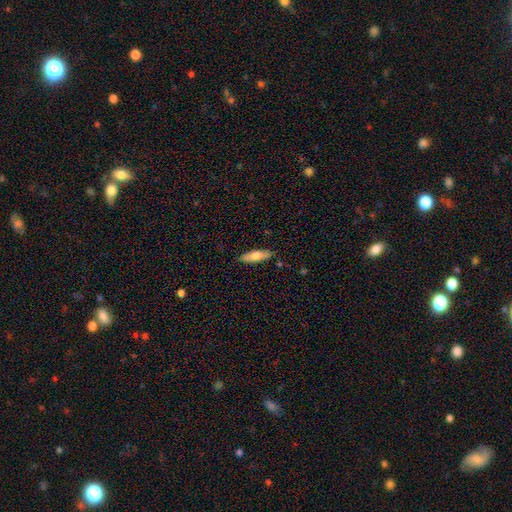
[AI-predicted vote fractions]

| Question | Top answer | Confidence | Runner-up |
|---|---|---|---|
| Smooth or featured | smooth | 71% | featured or disk (23%) |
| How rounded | cigar-shaped | 55% | in between (43%) |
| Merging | none | 87% | minor disturbance (9%) |